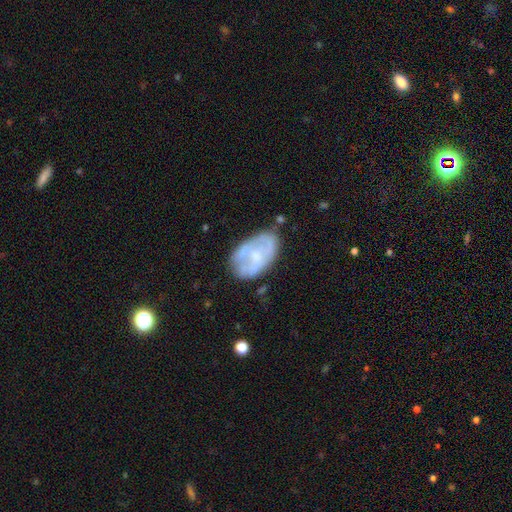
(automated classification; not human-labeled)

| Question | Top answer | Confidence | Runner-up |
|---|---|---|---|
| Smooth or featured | featured or disk | 54% | smooth (39%) |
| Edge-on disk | no | 95% | yes (5%) |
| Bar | no | 71% | weak (23%) |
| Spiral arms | no | 65% | yes (35%) |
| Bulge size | small | 46% | moderate (39%) |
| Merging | none | 59% | minor disturbance (27%) |